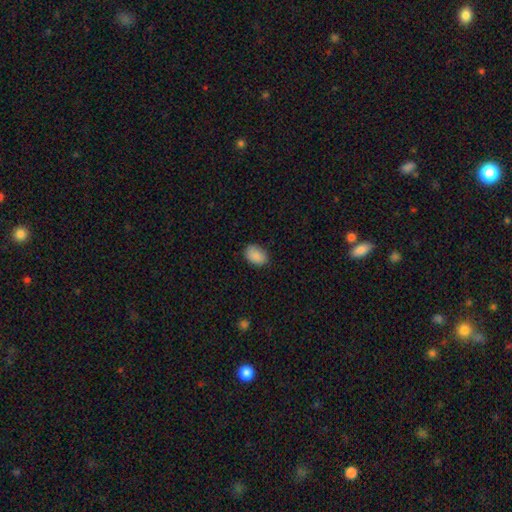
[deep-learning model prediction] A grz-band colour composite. It shows a smooth galaxy with no disk features (89%) that is in between round and cigar-shaped (83%). Merging: none (81%).